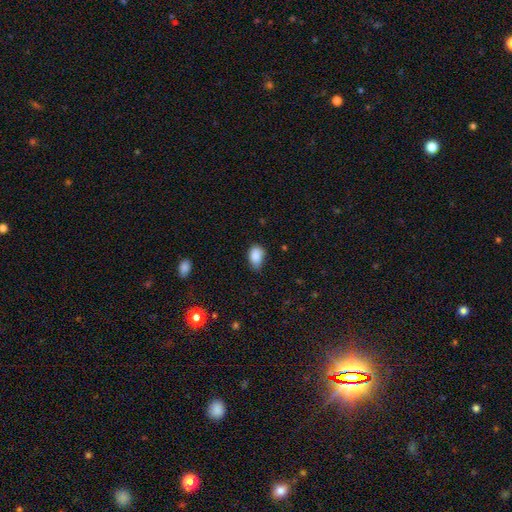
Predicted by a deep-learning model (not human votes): Smooth or featured? smooth (86%)
How rounded? in between (83%)
Merging? none (54%)